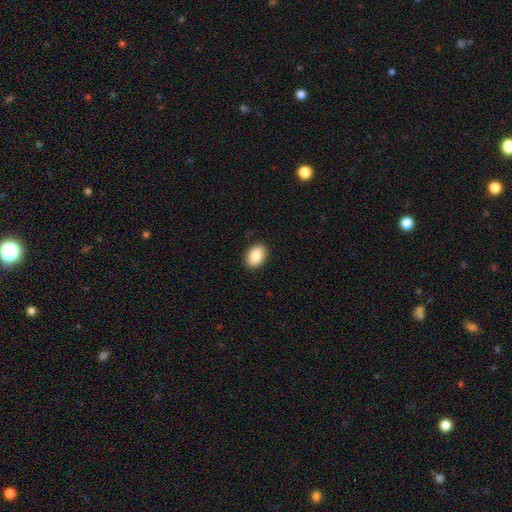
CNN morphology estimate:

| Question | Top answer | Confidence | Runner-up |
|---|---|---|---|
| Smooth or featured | smooth | 89% | star or artifact (7%) |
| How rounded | in between | 84% | round (14%) |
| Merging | none | 89% | minor disturbance (8%) |